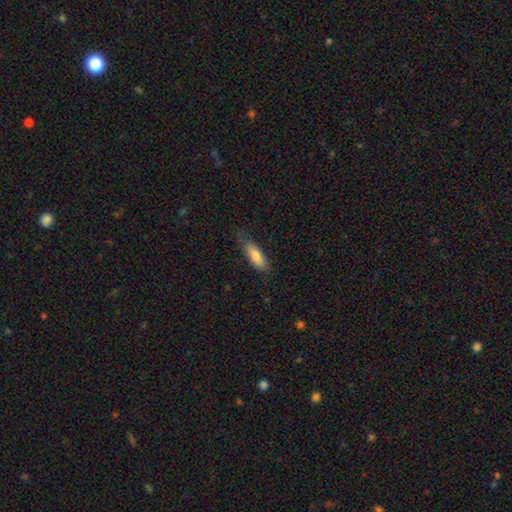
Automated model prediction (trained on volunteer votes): smooth_or_featured: smooth (p=0.79) [alt: featured or disk p=0.14]
how_rounded: in between (p=0.59) [alt: cigar-shaped p=0.40]
merging: none (p=0.71) [alt: minor disturbance p=0.23]